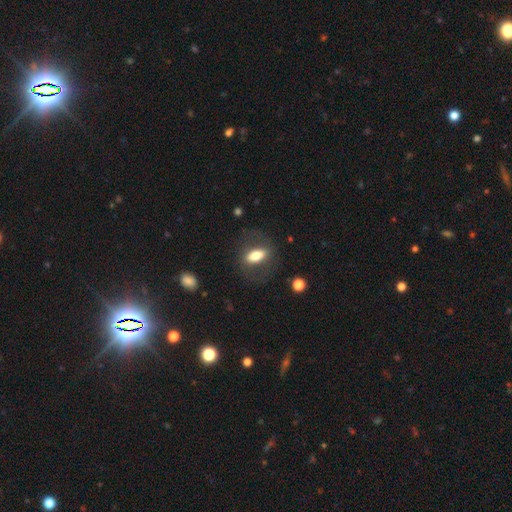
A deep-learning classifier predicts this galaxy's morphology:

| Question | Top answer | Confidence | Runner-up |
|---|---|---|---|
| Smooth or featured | smooth | 58% | featured or disk (34%) |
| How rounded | in between | 73% | cigar-shaped (19%) |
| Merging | none | 73% | minor disturbance (14%) |